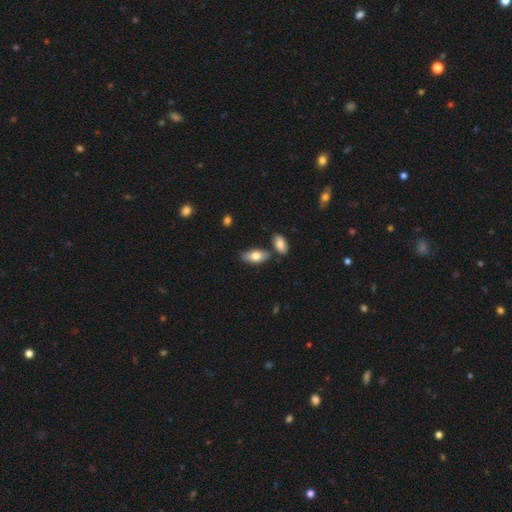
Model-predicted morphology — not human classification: Q: Smooth or featured?
A: smooth (76%); runner-up: featured or disk (18%)
Q: How rounded?
A: in between (90%); runner-up: cigar-shaped (6%)
Q: Merging?
A: none (72%); runner-up: minor disturbance (13%)